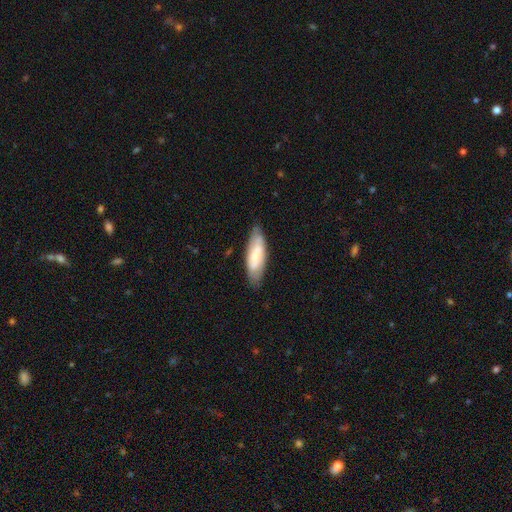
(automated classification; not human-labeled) smooth_or_featured: smooth (p=0.59) [alt: featured or disk p=0.36]
how_rounded: in between (p=0.59) [alt: cigar-shaped p=0.40]
merging: none (p=0.77) [alt: minor disturbance p=0.18]